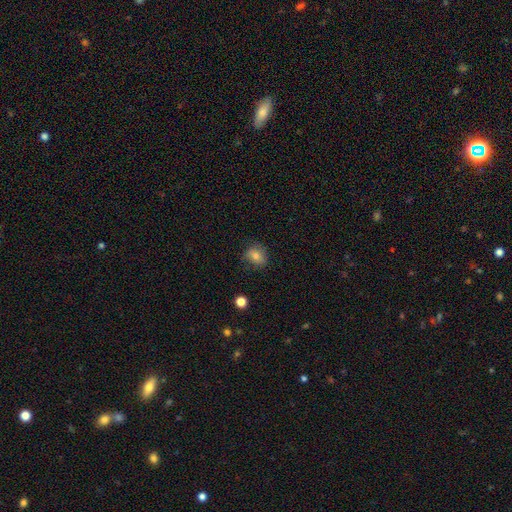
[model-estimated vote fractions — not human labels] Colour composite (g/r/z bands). It shows a smooth galaxy with no disk features (74%) that is round (51%). Merging: none (68%).